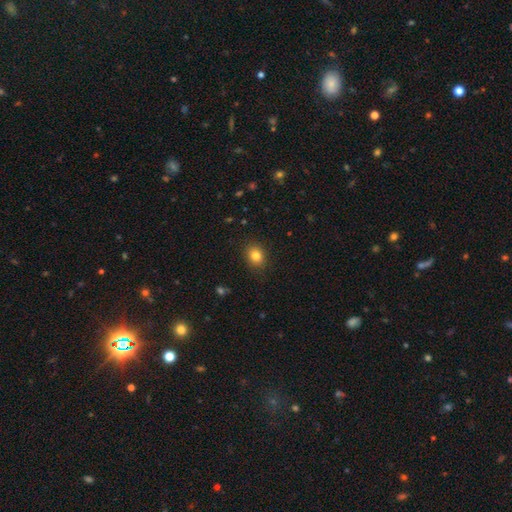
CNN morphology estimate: smooth 82%, star or artifact 11%, featured or disk 7%. Down the decision tree: how rounded — round (52%); merging — none (88%).